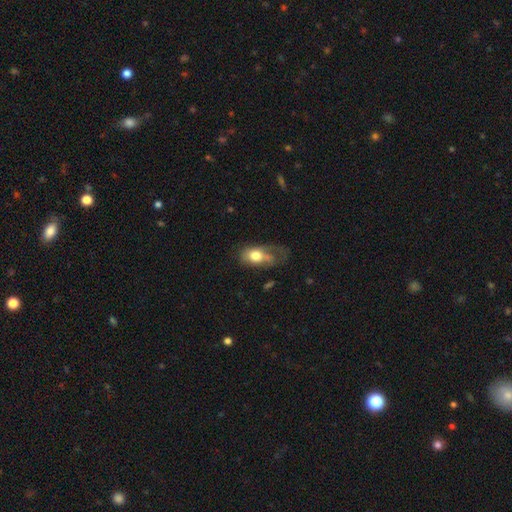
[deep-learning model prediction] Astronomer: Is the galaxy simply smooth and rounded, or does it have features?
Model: smooth — 67%.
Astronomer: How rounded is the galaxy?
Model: in between — 83%.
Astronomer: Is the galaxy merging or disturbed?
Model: major disturbance — 47% (runner-up: minor disturbance, 25%).